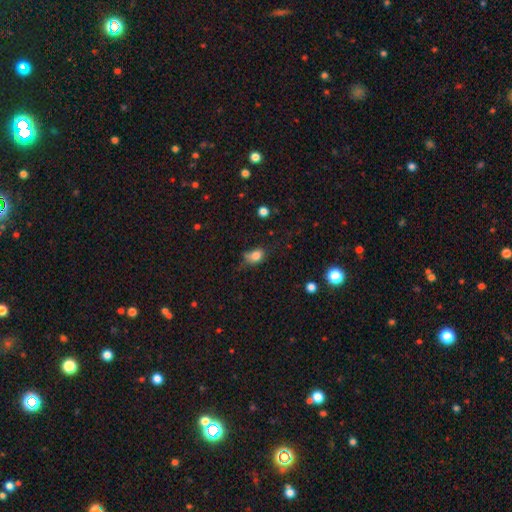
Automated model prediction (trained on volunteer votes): smooth_or_featured: smooth (p=0.80) [alt: star or artifact p=0.12]
how_rounded: in between (p=0.64) [alt: round p=0.34]
merging: none (p=0.47) [alt: minor disturbance p=0.33]